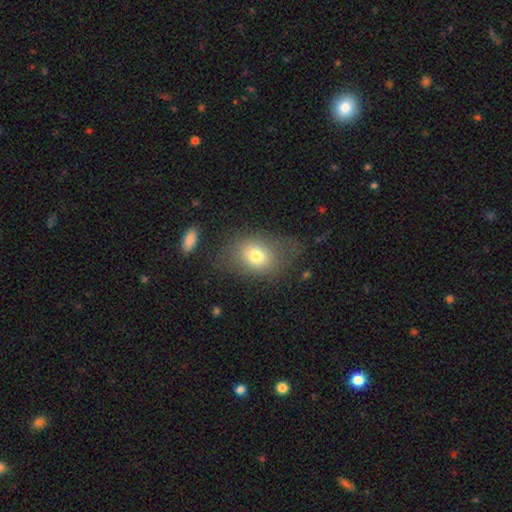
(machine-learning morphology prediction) Smooth or featured? smooth (75%)
How rounded? in between (62%)
Merging? none (63%)